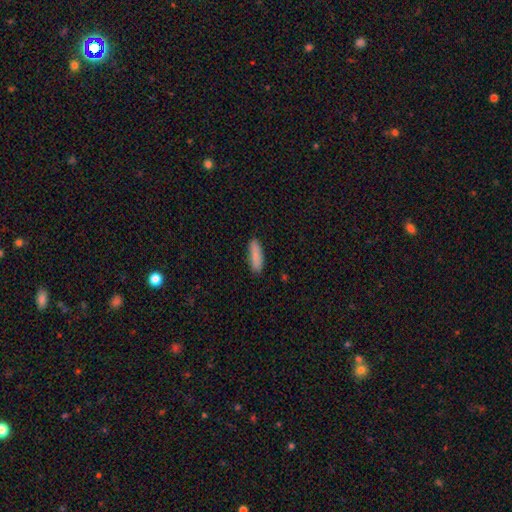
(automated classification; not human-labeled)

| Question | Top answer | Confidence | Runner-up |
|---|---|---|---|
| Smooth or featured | smooth | 86% | featured or disk (7%) |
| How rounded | cigar-shaped | 51% | in between (47%) |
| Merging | none | 85% | minor disturbance (11%) |